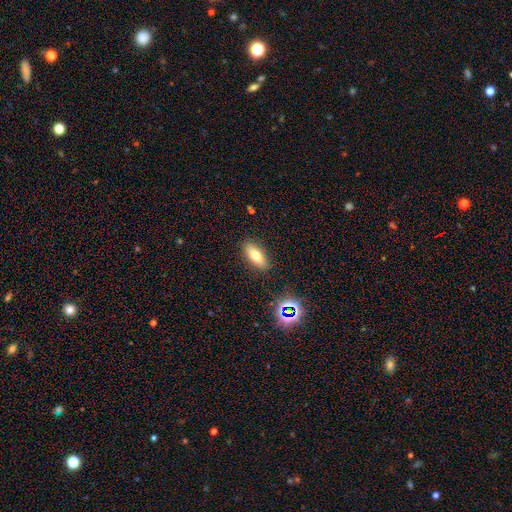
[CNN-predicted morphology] This appears to be a smooth galaxy with no disk features (69%) that is in between round and cigar-shaped (76%). Merging: none (86%).